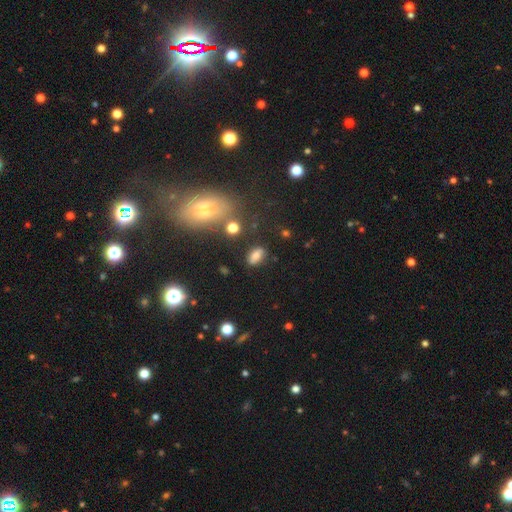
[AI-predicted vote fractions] A smooth galaxy with no disk features (75%) that is in between round and cigar-shaped (86%). Merging: none (78%).